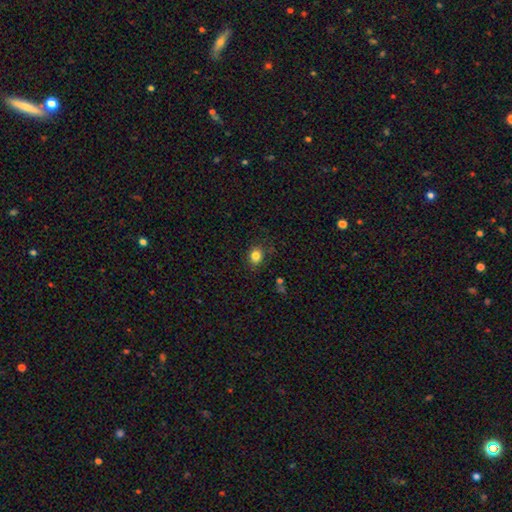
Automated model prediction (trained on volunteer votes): Q: Smooth or featured?
A: smooth (82%); runner-up: star or artifact (12%)
Q: How rounded?
A: round (63%); runner-up: in between (37%)
Q: Merging?
A: none (83%); runner-up: minor disturbance (12%)